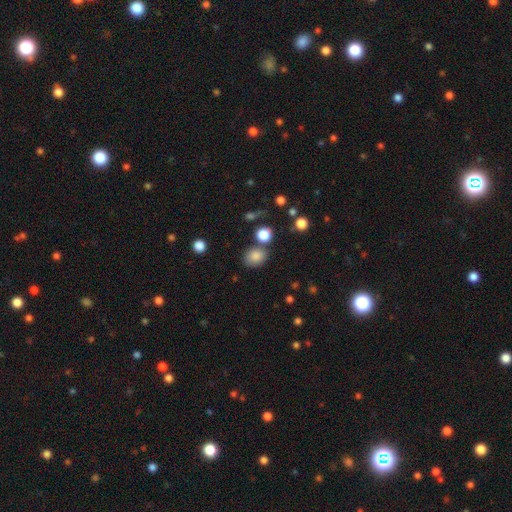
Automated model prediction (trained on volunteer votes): Smooth or featured: smooth — 84% (star or artifact — 11%)
How rounded: round — 51% (in between — 48%)
Merging: none — 73% (minor disturbance — 12%)